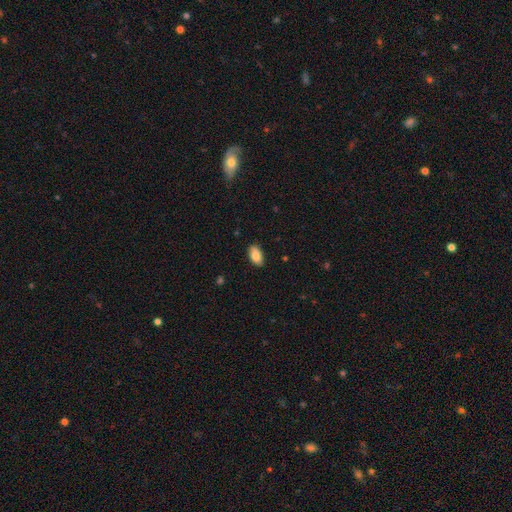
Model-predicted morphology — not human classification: Smooth or featured: smooth — 85% (featured or disk — 8%)
How rounded: in between — 93% (round — 3%)
Merging: none — 88% (minor disturbance — 9%)